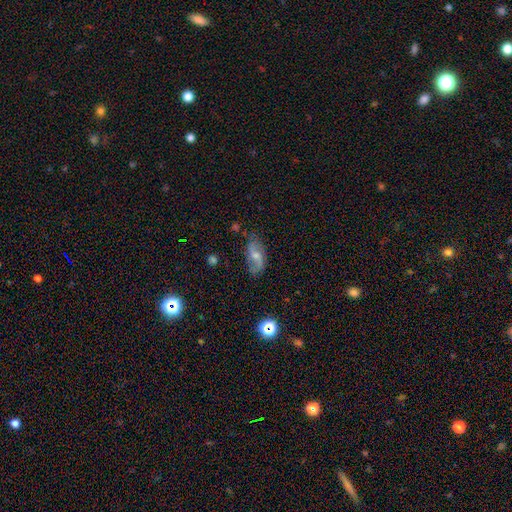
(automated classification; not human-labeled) featured or disk 62%, smooth 25%, star or artifact 13%. Down the decision tree: edge-on disk — no (90%); bar — no (42%, tied with weak); spiral arms — yes (83%); bulge size — moderate (50%); merging — none (66%).